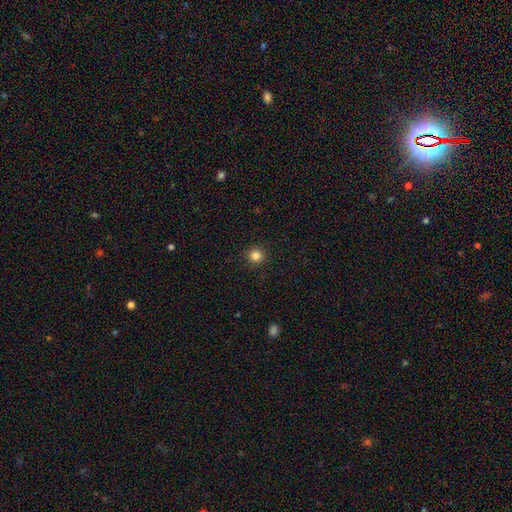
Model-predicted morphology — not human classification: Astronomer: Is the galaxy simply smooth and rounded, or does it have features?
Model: smooth — 84%.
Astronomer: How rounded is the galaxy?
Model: round — 94%.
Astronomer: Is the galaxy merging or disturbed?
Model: none — 93%.